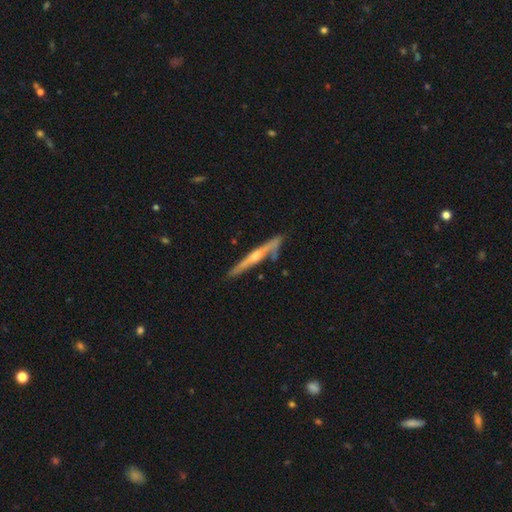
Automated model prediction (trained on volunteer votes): featured or disk 73%, smooth 21%, star or artifact 5%. Down the decision tree: edge-on disk — yes (95%); edge-on bulge — rounded (80%); merging — none (76%).